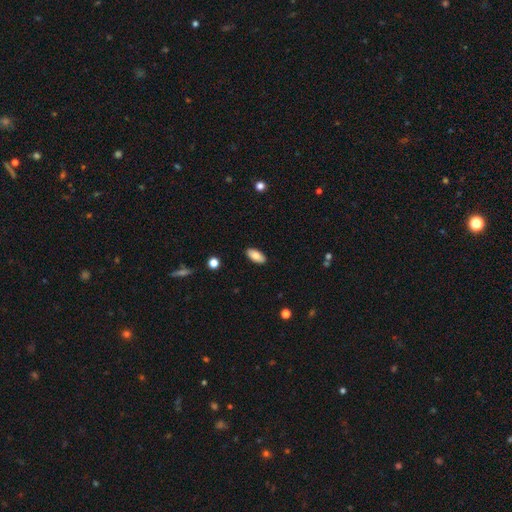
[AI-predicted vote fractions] Smooth or featured? smooth (81%)
How rounded? in between (91%)
Merging? none (89%)